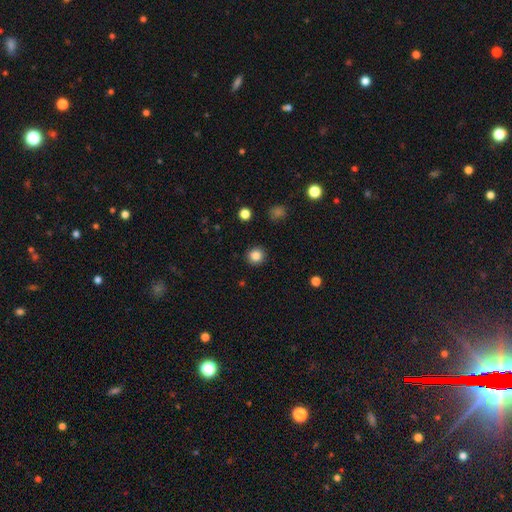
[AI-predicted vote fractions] smooth-or-featured: smooth: 84% | star or artifact: 11% | featured or disk: 5%
  how-rounded: round: 92% | in between: 7% | cigar-shaped: 1%
  merging: none: 91% | minor disturbance: 6% | major disturbance: 2% | merger: 1%